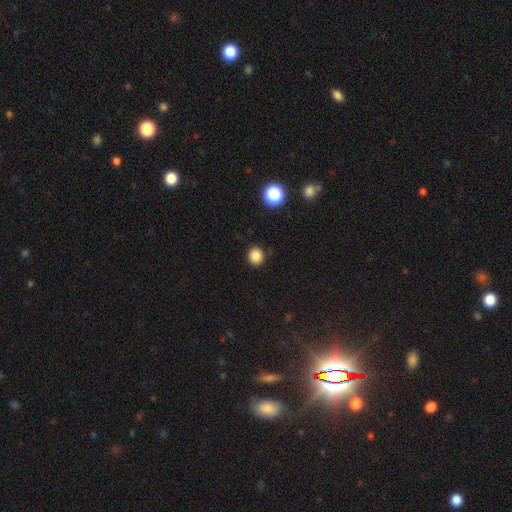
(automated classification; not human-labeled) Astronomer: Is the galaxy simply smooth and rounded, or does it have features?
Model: smooth — 85%.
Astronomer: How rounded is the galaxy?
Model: round — 82%.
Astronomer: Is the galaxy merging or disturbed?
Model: none — 90%.